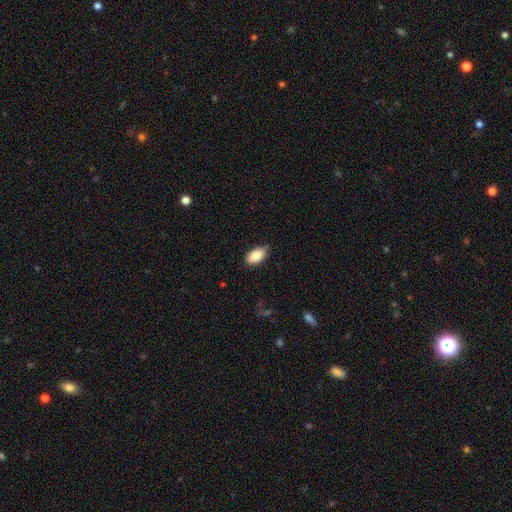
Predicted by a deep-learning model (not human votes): Q: Smooth or featured?
A: smooth (87%); runner-up: star or artifact (7%)
Q: How rounded?
A: in between (94%); runner-up: round (4%)
Q: Merging?
A: none (76%); runner-up: minor disturbance (20%)